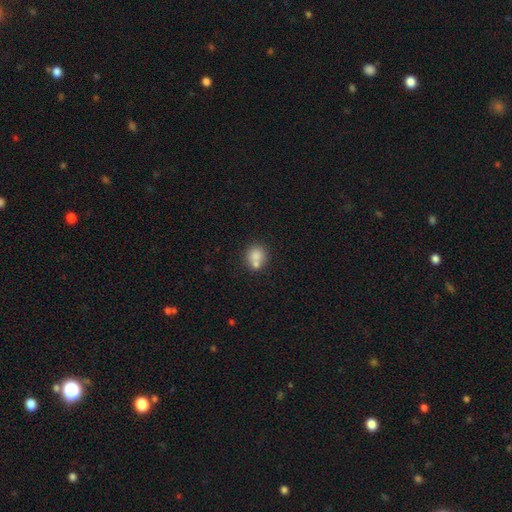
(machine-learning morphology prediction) smooth_or_featured: smooth (p=0.78) [alt: featured or disk p=0.12]
how_rounded: round (p=0.76) [alt: in between p=0.23]
merging: none (p=0.48) [alt: merger p=0.37]